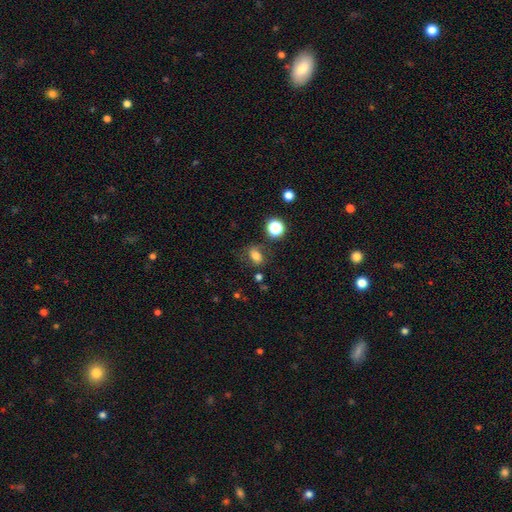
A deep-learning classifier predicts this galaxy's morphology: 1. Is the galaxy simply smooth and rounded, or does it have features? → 69% smooth, 15% featured or disk, 15% star or artifact.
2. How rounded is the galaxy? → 70% in between, 27% round, 2% cigar-shaped.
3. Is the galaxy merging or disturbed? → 64% none, 20% minor disturbance, 10% major disturbance, 5% merger.